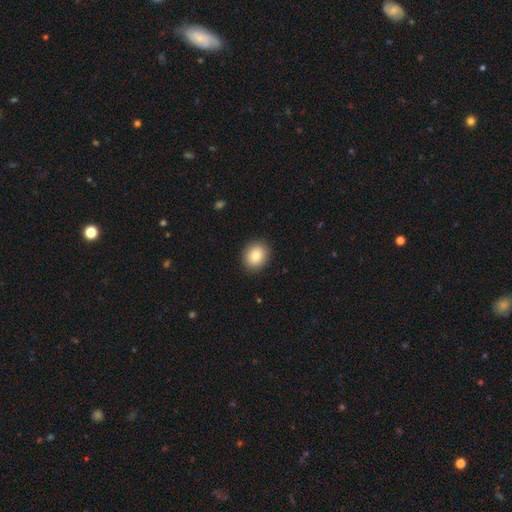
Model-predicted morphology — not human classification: Smooth or featured: smooth — 84% (star or artifact — 8%)
How rounded: round — 66% (in between — 33%)
Merging: none — 90% (minor disturbance — 7%)